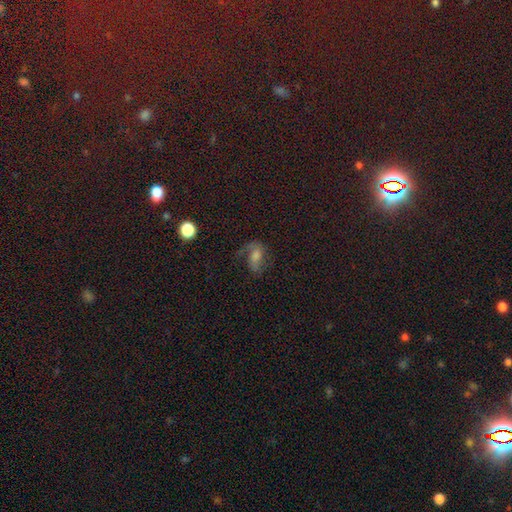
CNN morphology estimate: This appears to be a featured or disk galaxy (52%). Merging: none (55%).